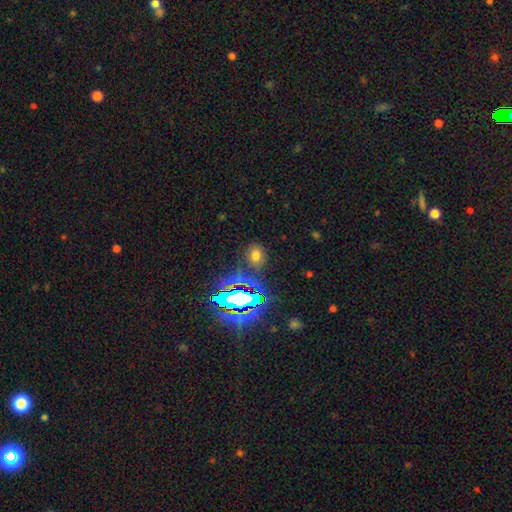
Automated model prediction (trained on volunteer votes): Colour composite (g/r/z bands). It shows a smooth galaxy with no disk features (59%) that is in between round and cigar-shaped (55%). Merging: none (81%).